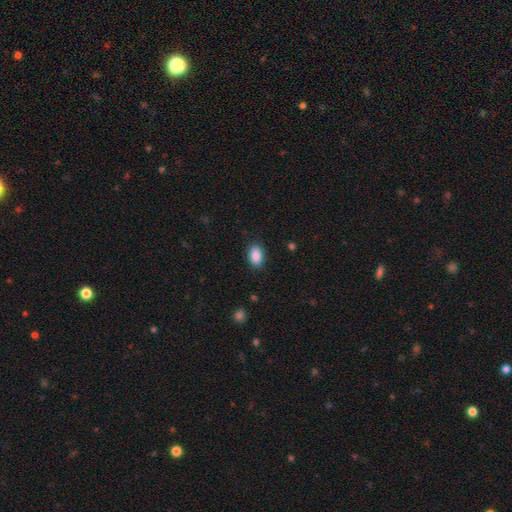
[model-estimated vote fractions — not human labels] smooth-or-featured: smooth: 89% | star or artifact: 8% | featured or disk: 3%
  how-rounded: in between: 89% | round: 10% | cigar-shaped: 1%
  merging: none: 87% | minor disturbance: 9% | major disturbance: 2% | merger: 1%